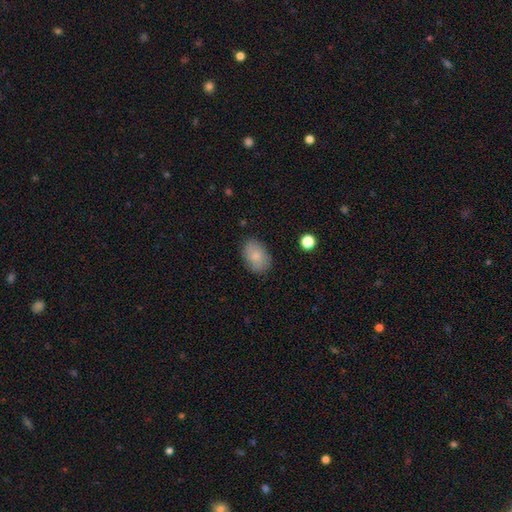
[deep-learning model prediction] Smooth or featured? smooth (81%)
How rounded? in between (85%)
Merging? none (83%)